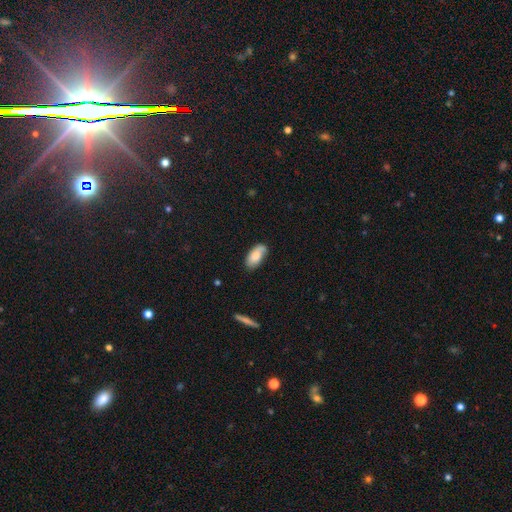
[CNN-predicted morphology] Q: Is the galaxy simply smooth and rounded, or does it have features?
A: smooth — 73%.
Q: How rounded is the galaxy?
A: in between — 93%.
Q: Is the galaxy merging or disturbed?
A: none — 66%.